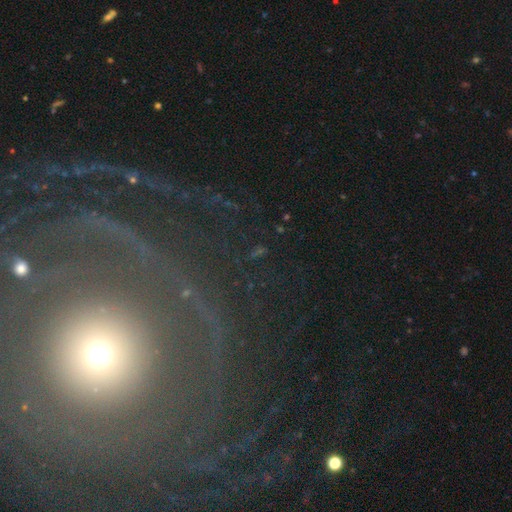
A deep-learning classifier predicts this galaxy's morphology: A featured or disk galaxy (64%) with no bar (77%), spiral arms (71%) and a small central bulge (47%).

Vote fractions:
- Smooth or featured? featured or disk: 64% / star or artifact: 18% / smooth: 17%
- Edge-on disk? no: 92% / yes: 8%
- Bar? no: 77% / weak: 12% / strong: 11%
- Spiral arms? yes: 71% / no: 29%
- Bulge size? small: 47% / moderate: 40% / large: 7% / dominant: 4% / none: 2%
- Merging? none: 75% / major disturbance: 12% / minor disturbance: 10% / merger: 3%